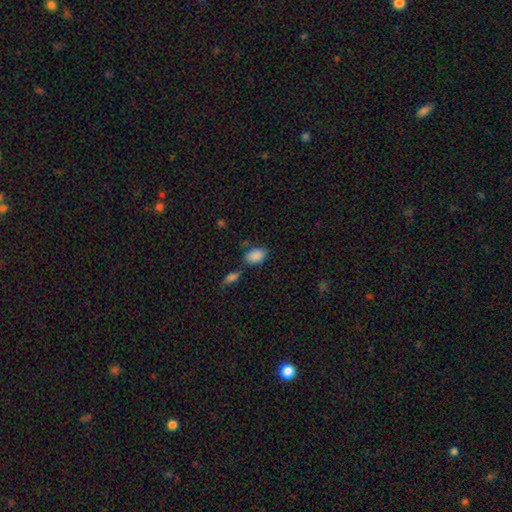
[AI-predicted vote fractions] This is clearly a smooth galaxy (87%). How rounded: clearly in between (85%). Merging: likely none (69%).